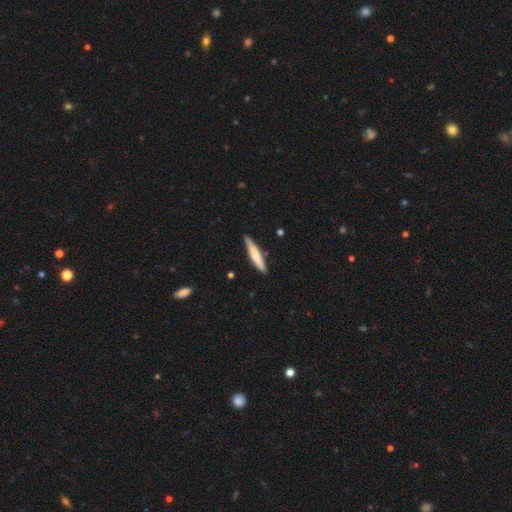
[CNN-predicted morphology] Smooth or featured: smooth — 57% (featured or disk — 38%)
How rounded: cigar-shaped — 92% (in between — 7%)
Merging: none — 86% (minor disturbance — 10%)